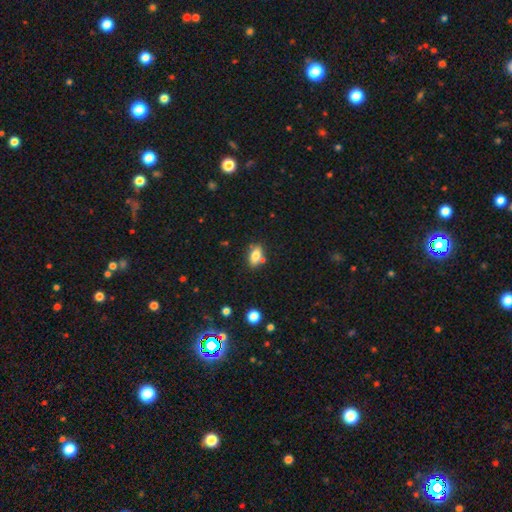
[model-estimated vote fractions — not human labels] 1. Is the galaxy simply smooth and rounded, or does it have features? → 77% smooth, 14% featured or disk, 9% star or artifact.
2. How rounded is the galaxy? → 85% in between, 8% round, 7% cigar-shaped.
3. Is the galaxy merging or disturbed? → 71% none, 14% minor disturbance, 12% merger, 3% major disturbance.